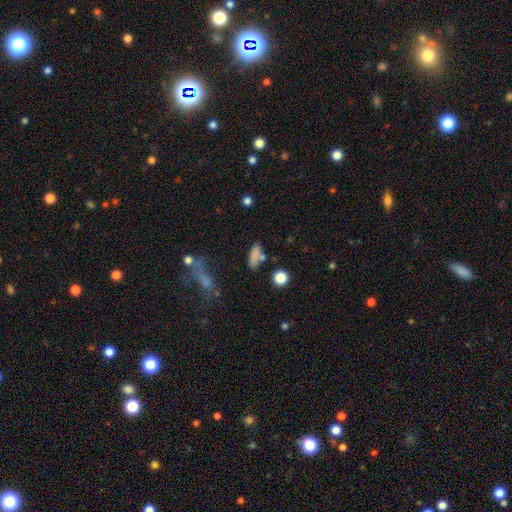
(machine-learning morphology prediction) A smooth galaxy with no disk features (78%) that is in between round and cigar-shaped (54%).

Vote fractions:
- Smooth or featured? smooth: 78% / star or artifact: 11% / featured or disk: 11%
- How rounded? in between: 54% / cigar-shaped: 39% / round: 6%
- Merging? none: 64% / minor disturbance: 16% / merger: 13% / major disturbance: 6%